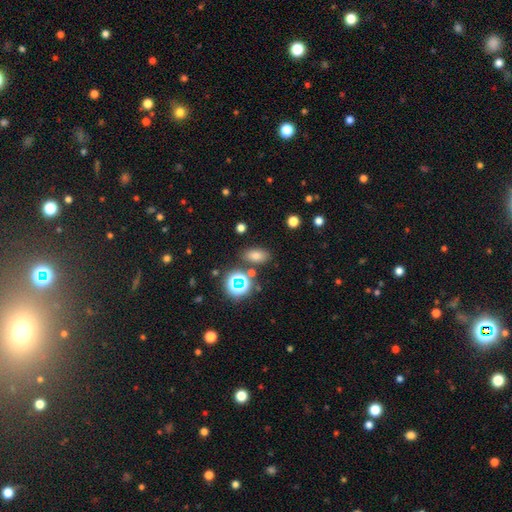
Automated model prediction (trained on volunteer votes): Overall: smooth (71%). How rounded: in between (83%). Merging: none (80%).